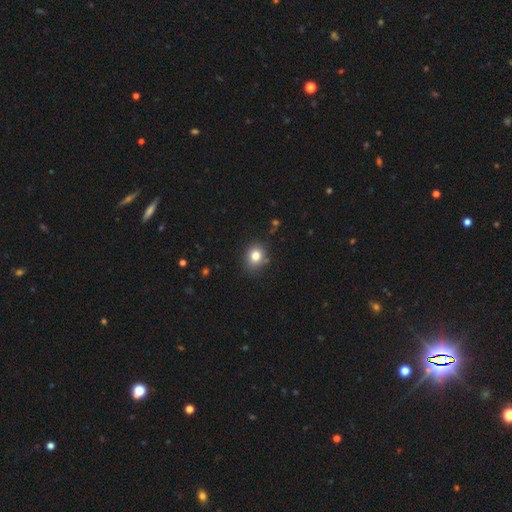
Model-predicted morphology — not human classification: Q: Smooth or featured?
A: smooth (80%); runner-up: star or artifact (12%)
Q: How rounded?
A: round (68%); runner-up: in between (31%)
Q: Merging?
A: none (83%); runner-up: minor disturbance (13%)